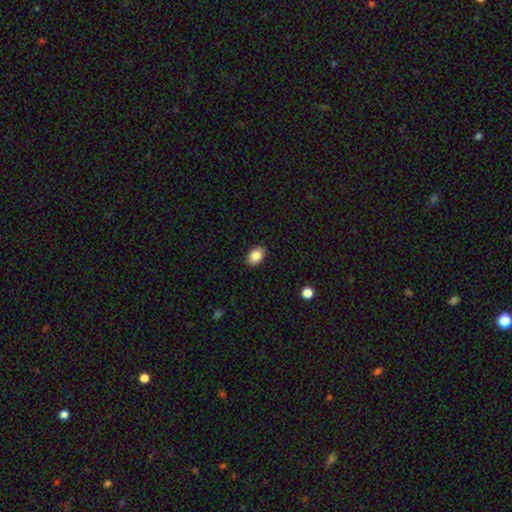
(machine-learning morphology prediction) A smooth galaxy with no disk features (86%) that is in between round and cigar-shaped (88%).

Vote fractions:
- Smooth or featured? smooth: 86% / star or artifact: 8% / featured or disk: 6%
- How rounded? in between: 88% / round: 11% / cigar-shaped: 1%
- Merging? none: 89% / minor disturbance: 8% / major disturbance: 2% / merger: 1%